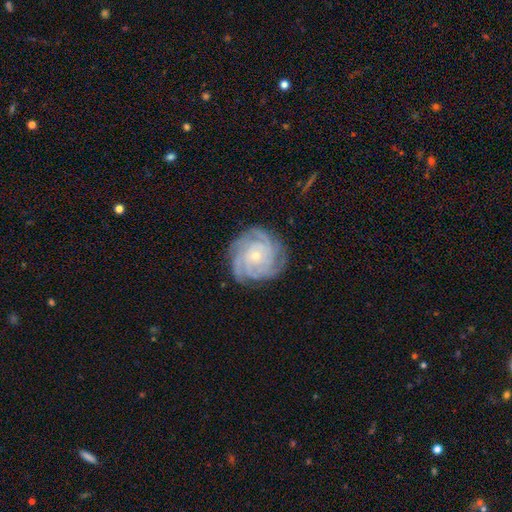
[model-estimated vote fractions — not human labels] A featured or disk galaxy (87%) with no bar (77%), 4 (36%) tight (77%) spiral arms (98%) and a small central bulge (74%).

Vote fractions:
- Smooth or featured? featured or disk: 87% / smooth: 7% / star or artifact: 6%
- Edge-on disk? no: 98% / yes: 2%
- Bar? no: 77% / weak: 18% / strong: 5%
- Spiral arms? yes: 98% / no: 2%
- Spiral winding? tight: 77% / medium: 20% / loose: 3%
- Spiral arm count? 4: 36% / 3: 21% / can't tell: 18% / more than 4: 11% / 2: 8% / 1: 6%
- Bulge size? small: 74% / moderate: 23% / none: 1% / large: 1% / dominant: 1%
- Merging? none: 80% / minor disturbance: 15% / major disturbance: 4% / merger: 1%